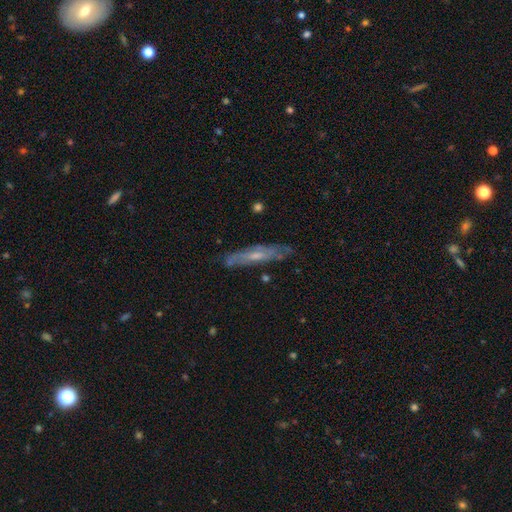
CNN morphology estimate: The model was most divided on "edge-on disk": yes: 58%, no: 42%. More confident: merging — none (75%); smooth or featured — featured or disk (63%).